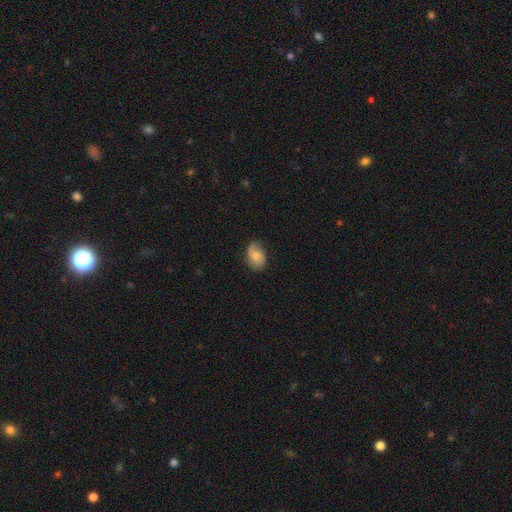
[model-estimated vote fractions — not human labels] Overall: smooth (62%; featured or disk 30%). How rounded: in between (82%). Merging: none (67%).